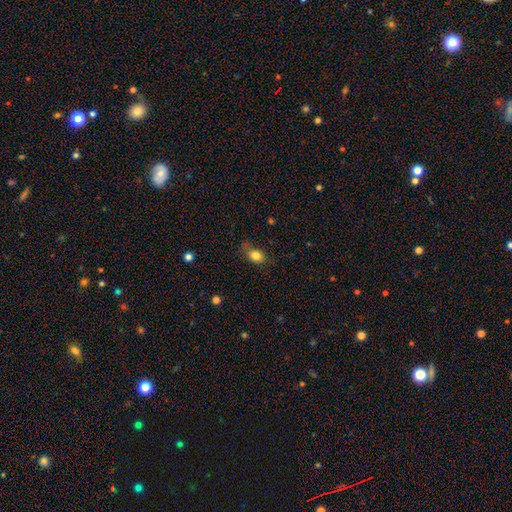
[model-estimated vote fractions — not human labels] Smooth or featured? smooth (82%)
How rounded? in between (65%)
Merging? none (65%)